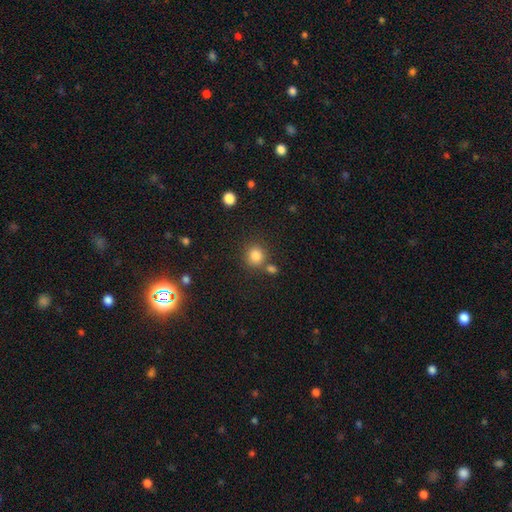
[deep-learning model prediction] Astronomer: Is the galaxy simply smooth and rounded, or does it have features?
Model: smooth — 83%.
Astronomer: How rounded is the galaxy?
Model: round — 88%.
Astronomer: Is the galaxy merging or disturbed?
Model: none — 73%.